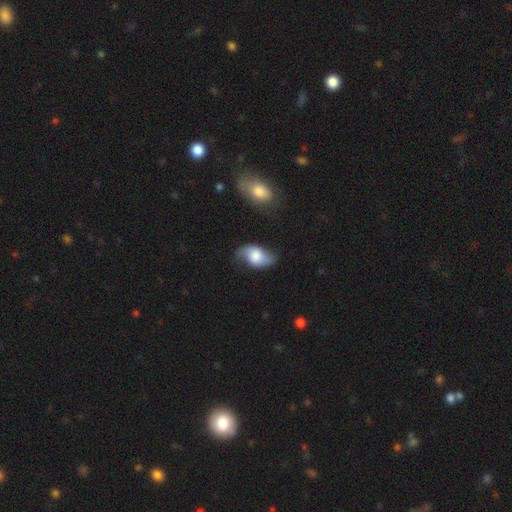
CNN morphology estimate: Overall: smooth (54%; featured or disk 39%). How rounded: in between (91%). Merging: none (58%; minor disturbance 29%).